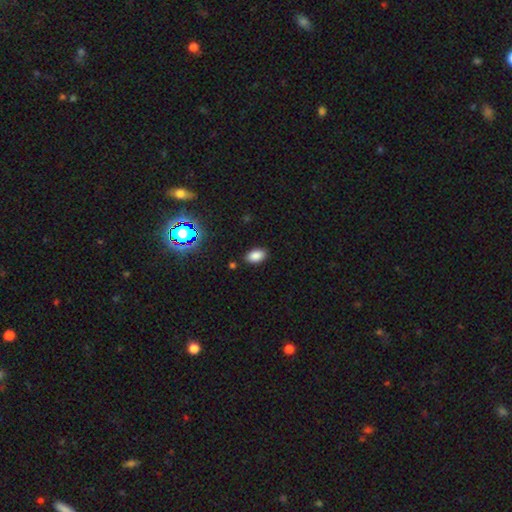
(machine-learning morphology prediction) The model was most divided on "smooth or featured": smooth: 83%, star or artifact: 12%, featured or disk: 5%. More confident: how rounded — in between (91%); merging — none (87%).